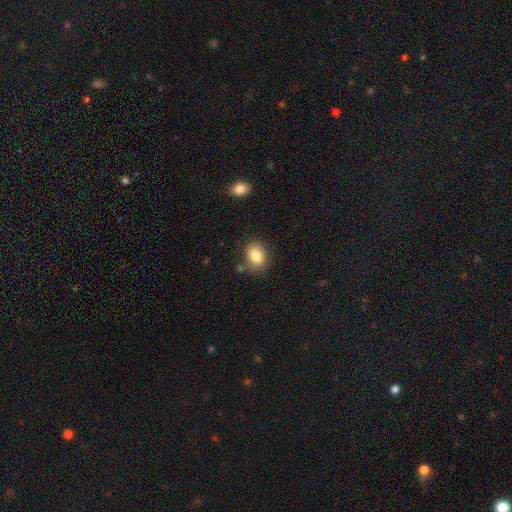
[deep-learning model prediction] Smooth or featured?
  - smooth: 84% *
  - star or artifact: 9%
  - featured or disk: 7%
How rounded?
  - in between: 65% *
  - round: 34%
  - cigar-shaped: 1%
Merging?
  - none: 76% *
  - minor disturbance: 15%
  - merger: 5%
  - major disturbance: 4%